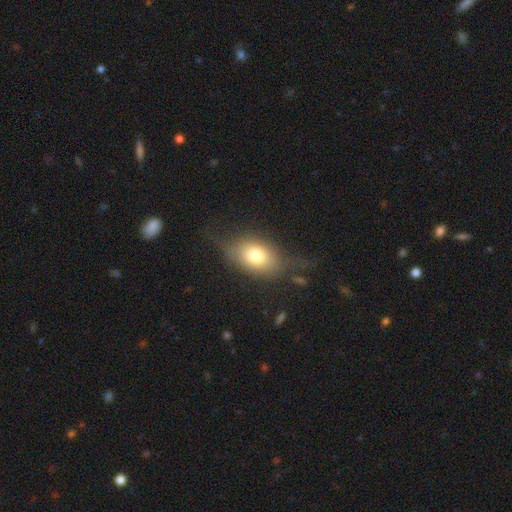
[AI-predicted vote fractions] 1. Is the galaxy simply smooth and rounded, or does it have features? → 69% smooth, 22% featured or disk, 9% star or artifact.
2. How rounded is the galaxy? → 76% in between, 20% round, 3% cigar-shaped.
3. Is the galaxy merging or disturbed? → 51% none, 26% minor disturbance, 21% major disturbance, 2% merger.